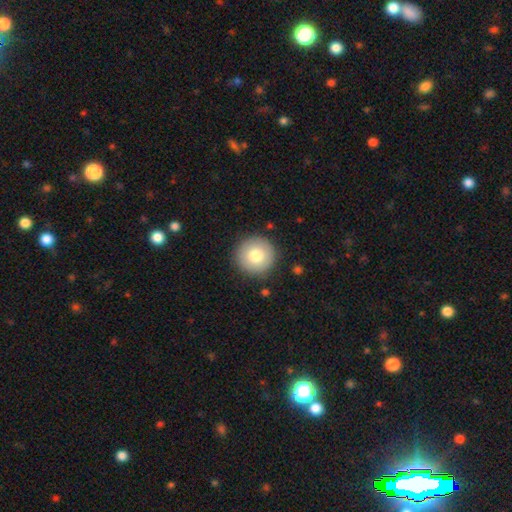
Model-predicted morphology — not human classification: type=smooth (77%); roundness=round (96%); merging=none (90%).